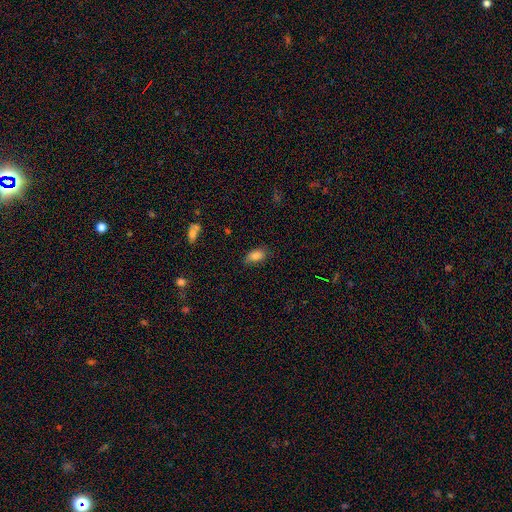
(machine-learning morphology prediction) smooth_or_featured: smooth (p=0.83) [alt: star or artifact p=0.09]
how_rounded: in between (p=0.89) [alt: round p=0.07]
merging: none (p=0.71) [alt: minor disturbance p=0.23]